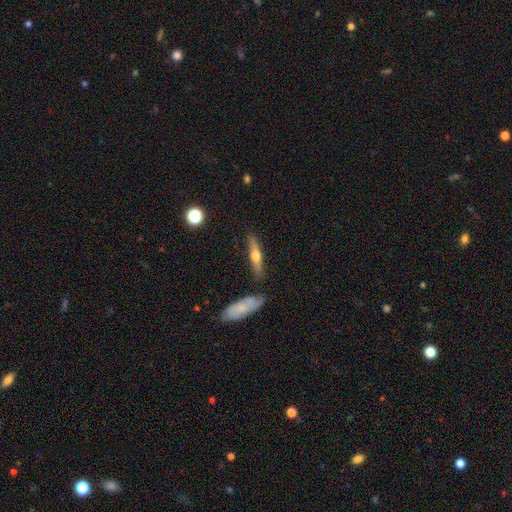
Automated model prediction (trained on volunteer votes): A featured or disk galaxy (54%) viewed edge-on (93%). Merging: none (80%).